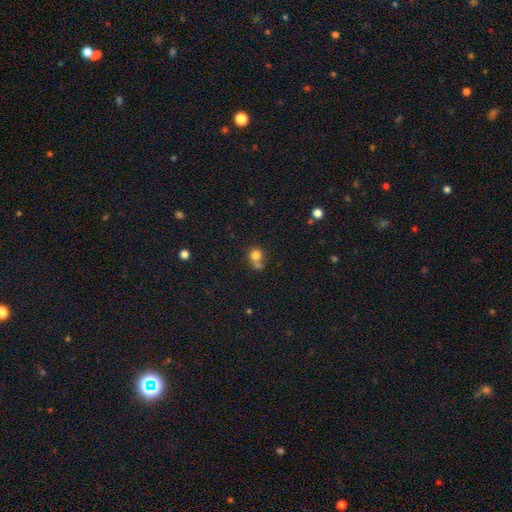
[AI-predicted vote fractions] A smooth galaxy with no disk features (78%) that is round (80%). Merging: merger (42%).